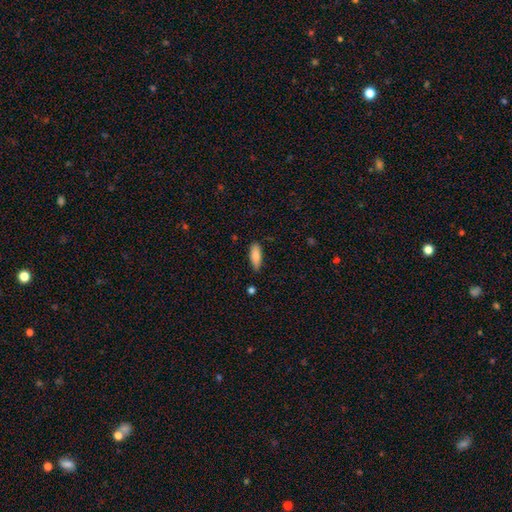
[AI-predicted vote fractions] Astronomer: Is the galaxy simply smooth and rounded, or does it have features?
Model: smooth — 84%.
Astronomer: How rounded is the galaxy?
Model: in between — 68%.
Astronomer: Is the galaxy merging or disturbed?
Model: none — 84%.